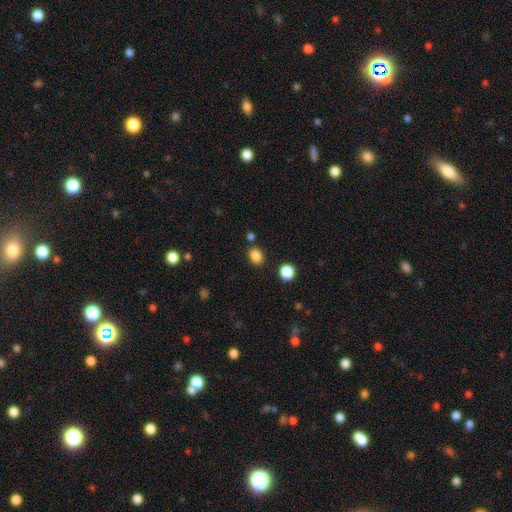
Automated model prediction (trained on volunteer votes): Morphology: type=smooth (85%); roundness=in between (58%); merging=none (81%).